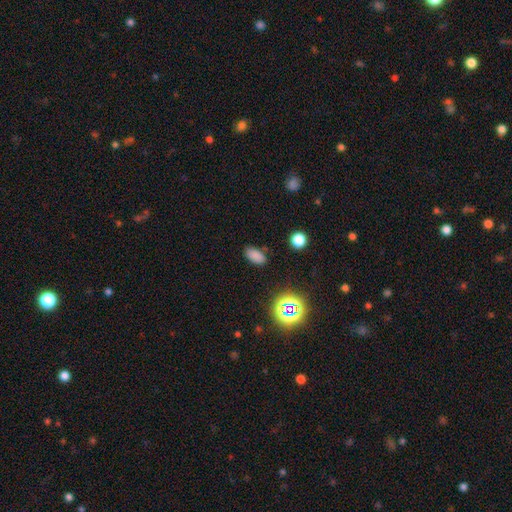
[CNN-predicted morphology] Smooth or featured? Predicted: smooth (p=0.77). How rounded? Predicted: in between (p=0.91). Merging? Predicted: none (p=0.85).